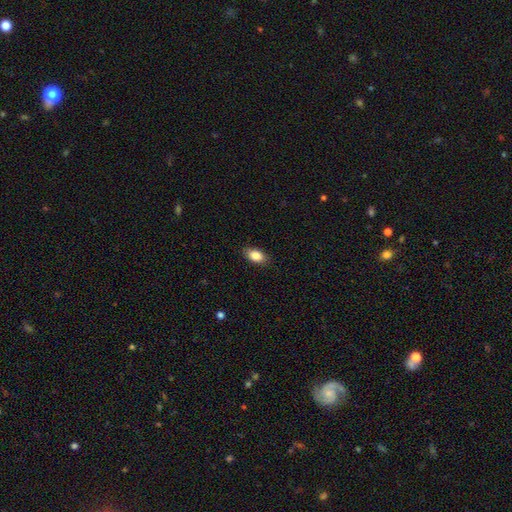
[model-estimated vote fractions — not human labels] This is clearly a smooth galaxy (86%). How rounded: clearly in between (90%). Merging: clearly none (87%).